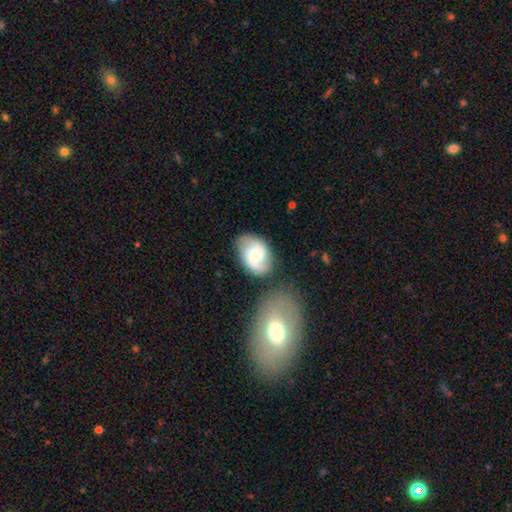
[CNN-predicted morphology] This is likely a featured or disk galaxy (66%). It is clearly not viewed edge-on (97%). Bar: likely no (61%). Spiral arm pattern: clearly yes (92%). Spiral arm count: clearly 2 (80%). Spiral winding: possibly medium (48%). Central bulge: possibly small (46%). Merging: likely none (67%).